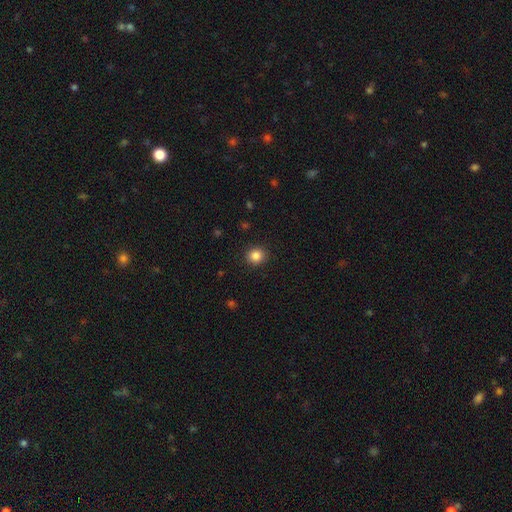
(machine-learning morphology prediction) Overall: smooth (85%). How rounded: round (87%). Merging: none (91%).